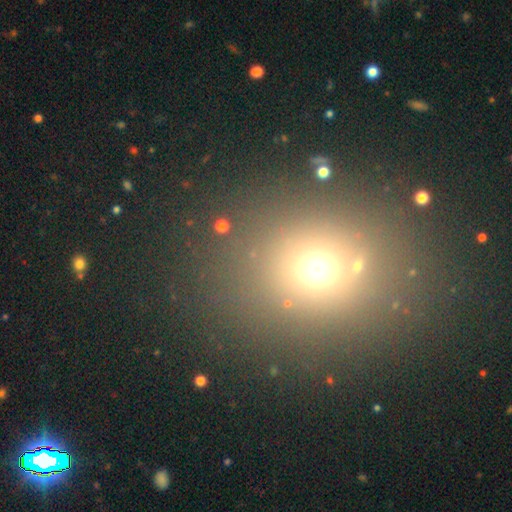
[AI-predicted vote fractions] smooth 58%, star or artifact 33%, featured or disk 8%. Down the decision tree: how rounded — round (72%); merging — none (82%).